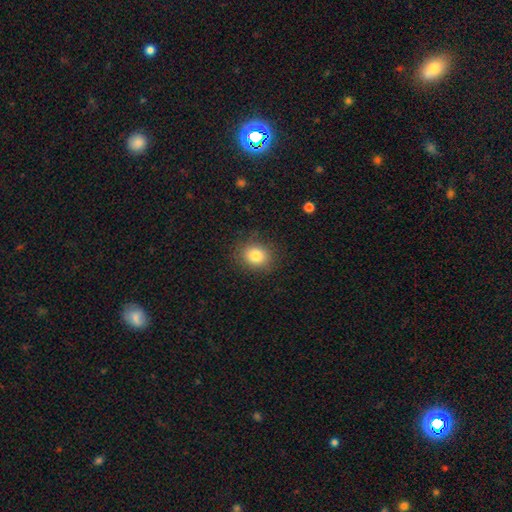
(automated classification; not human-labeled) A smooth galaxy with no disk features (83%) that is round (65%). Merging: none (85%).